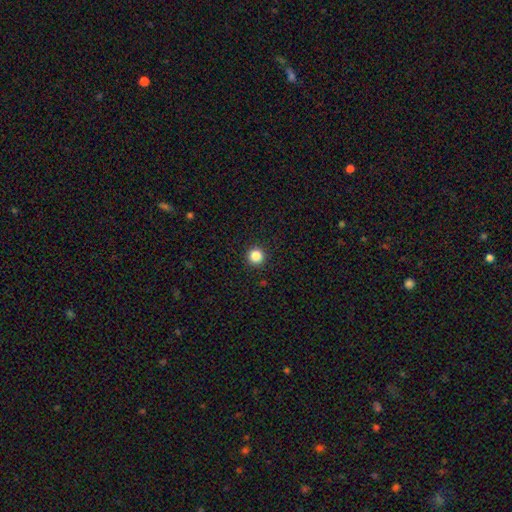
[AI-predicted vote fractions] Smooth or featured? smooth (86%)
How rounded? round (96%)
Merging? none (93%)